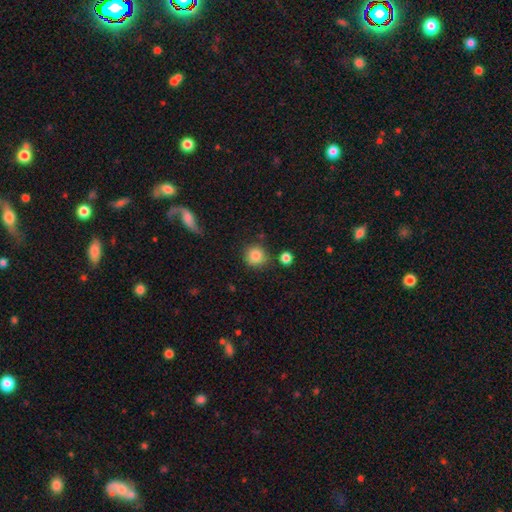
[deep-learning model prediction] smooth 85%, star or artifact 10%, featured or disk 6%. Down the decision tree: how rounded — round (91%); merging — none (81%).